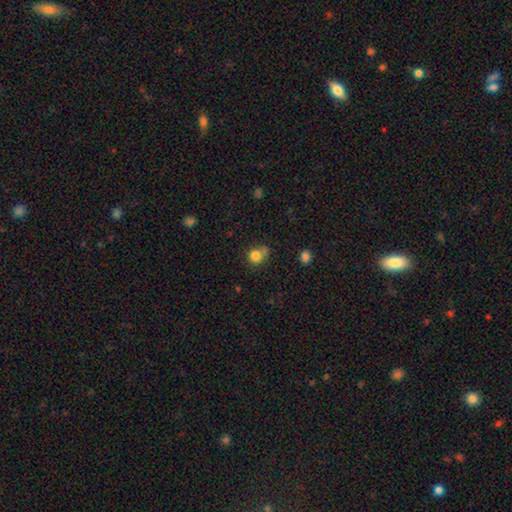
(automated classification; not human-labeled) A smooth galaxy with no disk features (81%) that is round (78%).

Vote fractions:
- Smooth or featured? smooth: 81% / star or artifact: 11% / featured or disk: 7%
- How rounded? round: 78% / in between: 21% / cigar-shaped: 1%
- Merging? none: 52% / minor disturbance: 25% / merger: 14% / major disturbance: 9%